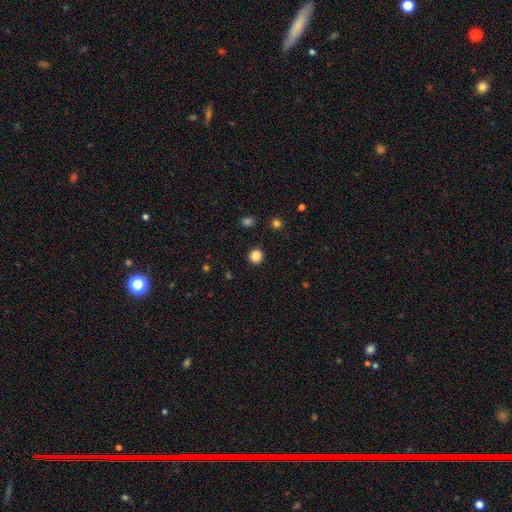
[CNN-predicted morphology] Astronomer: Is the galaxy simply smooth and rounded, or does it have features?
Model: smooth — 86%.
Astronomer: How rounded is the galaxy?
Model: round — 93%.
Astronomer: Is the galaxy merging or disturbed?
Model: none — 91%.